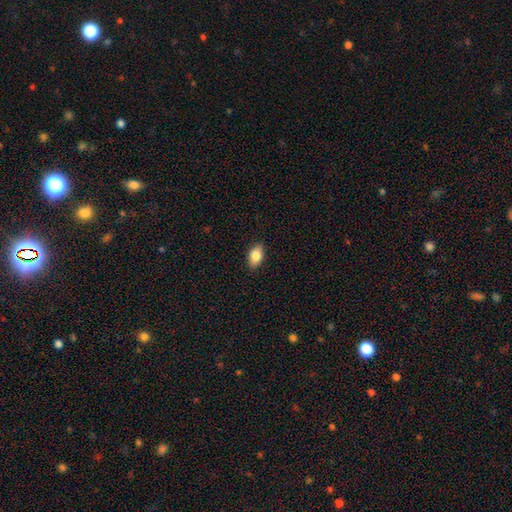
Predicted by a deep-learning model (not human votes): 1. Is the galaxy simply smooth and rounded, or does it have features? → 83% smooth, 10% featured or disk, 7% star or artifact.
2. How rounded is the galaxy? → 90% in between, 6% round, 4% cigar-shaped.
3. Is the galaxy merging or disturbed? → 88% none, 9% minor disturbance, 2% major disturbance, 1% merger.